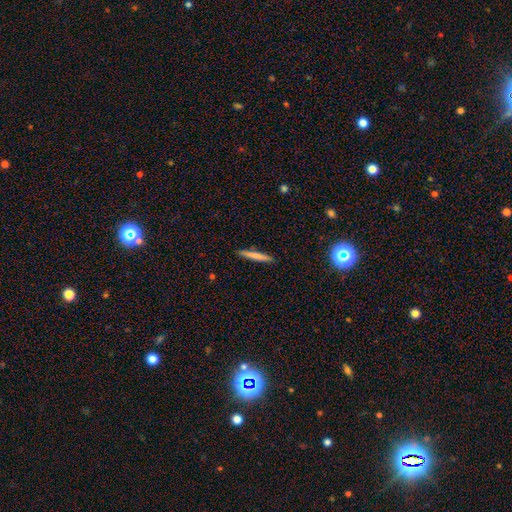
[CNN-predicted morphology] type=smooth (73%); roundness=cigar-shaped (95%); merging=none (91%).